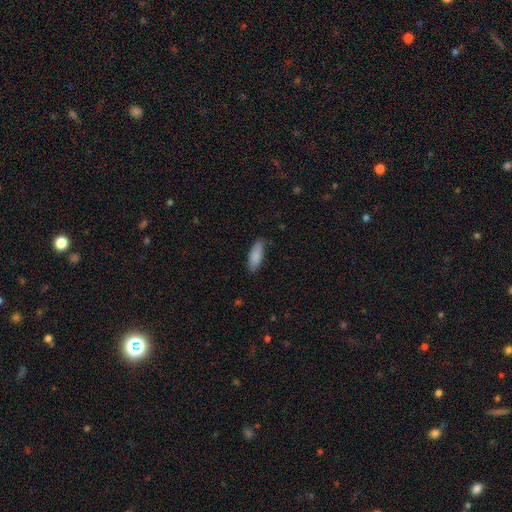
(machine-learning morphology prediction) The model was most divided on "how rounded": in between: 69%, cigar-shaped: 29%, round: 2%. More confident: smooth or featured — smooth (87%); merging — none (83%).